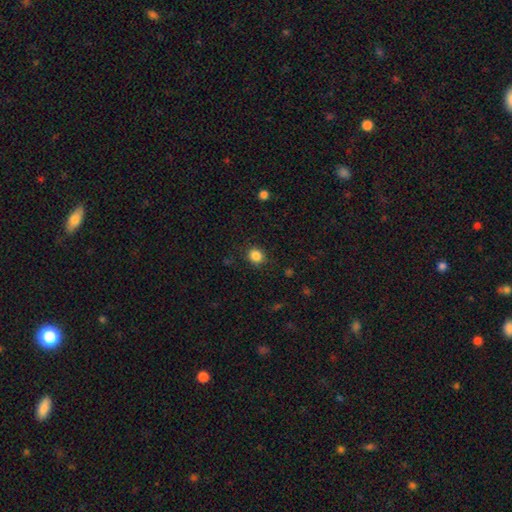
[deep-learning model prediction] This is clearly a smooth galaxy (85%). How rounded: clearly round (80%). Merging: clearly none (85%).